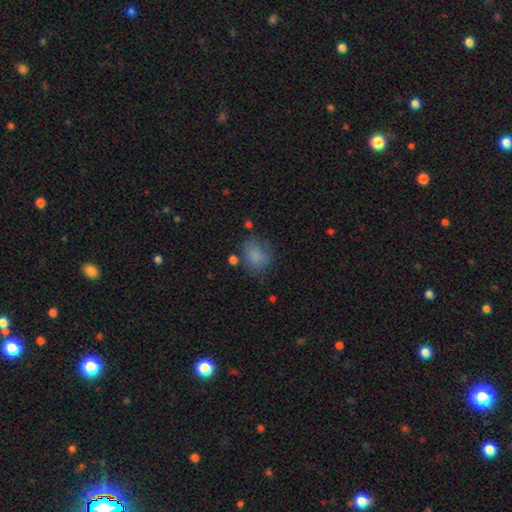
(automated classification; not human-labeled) Smooth or featured? Predicted: smooth (p=0.80). How rounded? Predicted: in between (p=0.51). Merging? Predicted: none (p=0.64).